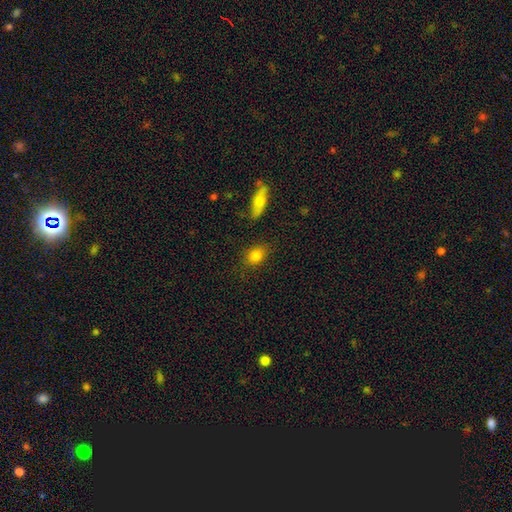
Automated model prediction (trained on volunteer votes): A smooth galaxy with no disk features (83%) that is in between round and cigar-shaped (63%). Merging: none (81%).